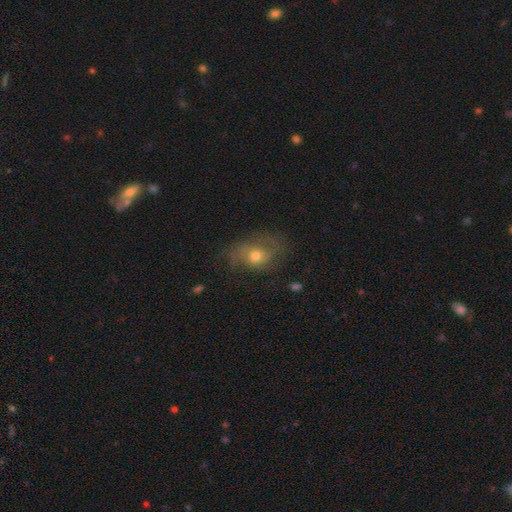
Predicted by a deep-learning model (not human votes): featured or disk 50%, smooth 35%, star or artifact 15%. Down the decision tree: edge-on disk — no (93%); merging — none (62%).